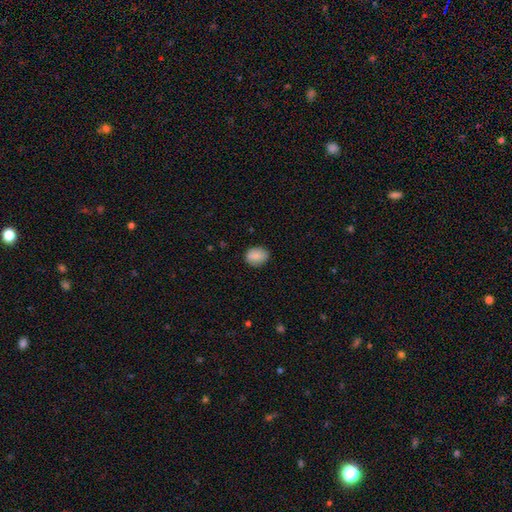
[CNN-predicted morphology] type=smooth (87%); roundness=in between (54%); merging=none (83%).